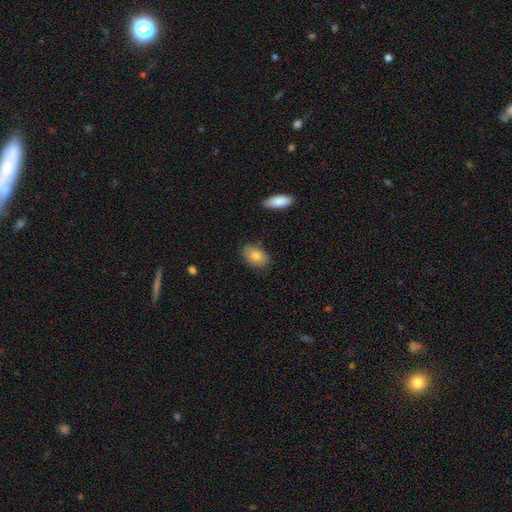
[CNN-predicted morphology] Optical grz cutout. It shows a smooth galaxy with no disk features (80%) that is in between round and cigar-shaped (85%). Merging: none (82%).